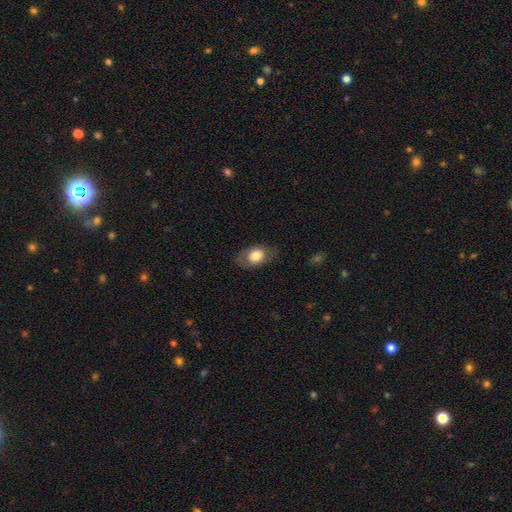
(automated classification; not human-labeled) Smooth or featured: smooth — 70% (featured or disk — 23%)
How rounded: in between — 78% (round — 21%)
Merging: none — 77% (minor disturbance — 16%)